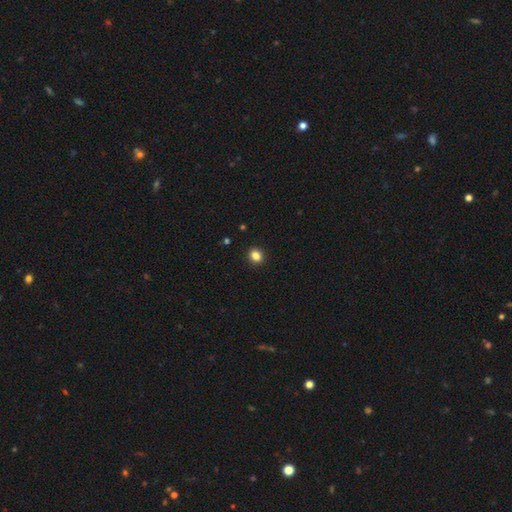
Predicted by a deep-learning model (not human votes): Smooth or featured? smooth (84%)
How rounded? round (71%)
Merging? none (92%)